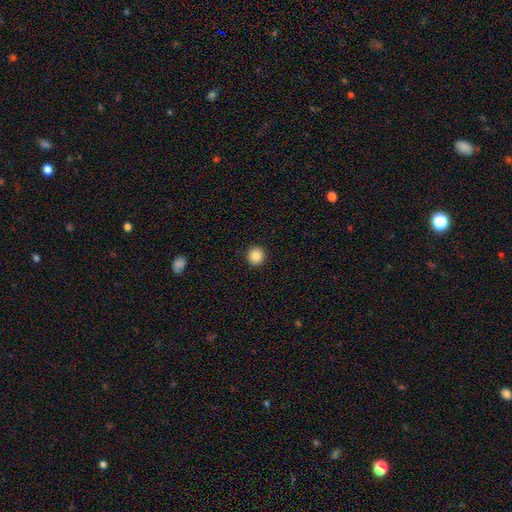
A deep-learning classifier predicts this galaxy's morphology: Q: Smooth or featured?
A: smooth (86%); runner-up: star or artifact (9%)
Q: How rounded?
A: round (92%); runner-up: in between (7%)
Q: Merging?
A: none (93%); runner-up: minor disturbance (5%)